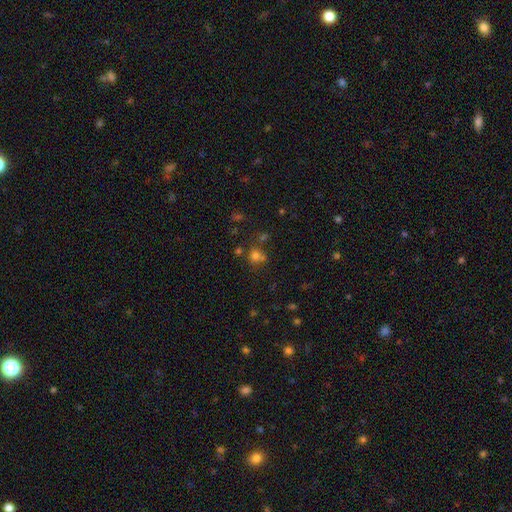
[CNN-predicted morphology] A smooth galaxy with no disk features (66%) that is round (80%). Merging: none (57%).